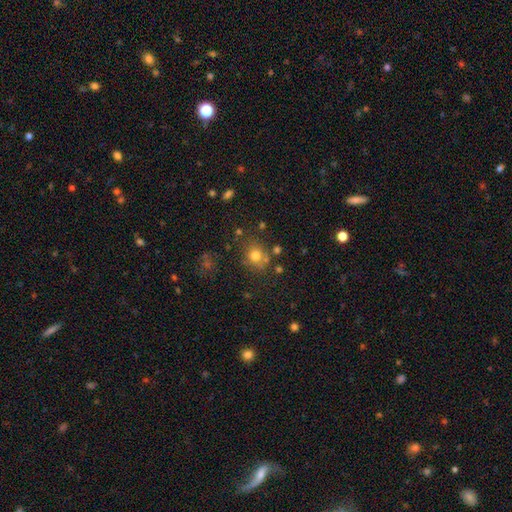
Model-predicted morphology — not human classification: Q: Smooth or featured?
A: smooth (75%); runner-up: star or artifact (15%)
Q: How rounded?
A: round (72%); runner-up: in between (27%)
Q: Merging?
A: none (69%); runner-up: minor disturbance (15%)